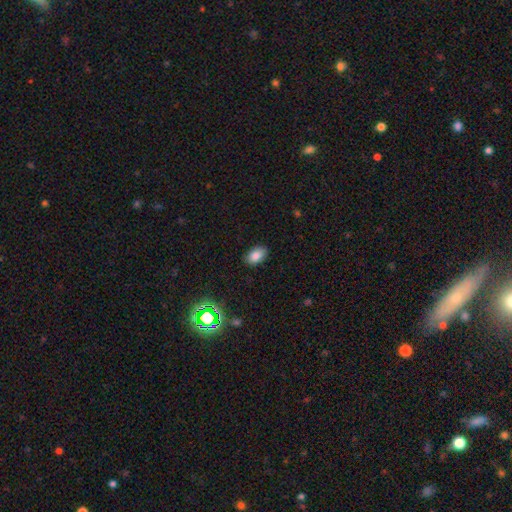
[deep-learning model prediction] smooth-or-featured: smooth: 83% | star or artifact: 11% | featured or disk: 6%
  how-rounded: in between: 90% | round: 9% | cigar-shaped: 1%
  merging: none: 87% | minor disturbance: 10% | major disturbance: 2% | merger: 1%